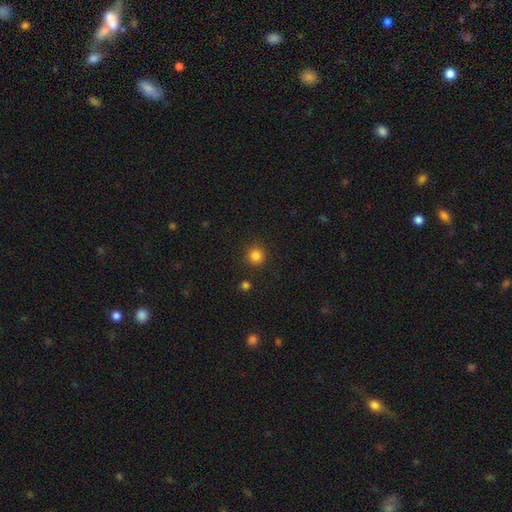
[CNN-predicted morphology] Smooth or featured?
  - smooth: 83% *
  - star or artifact: 13%
  - featured or disk: 4%
How rounded?
  - round: 94% *
  - in between: 5%
  - cigar-shaped: 1%
Merging?
  - none: 89% *
  - minor disturbance: 7%
  - major disturbance: 2%
  - merger: 2%